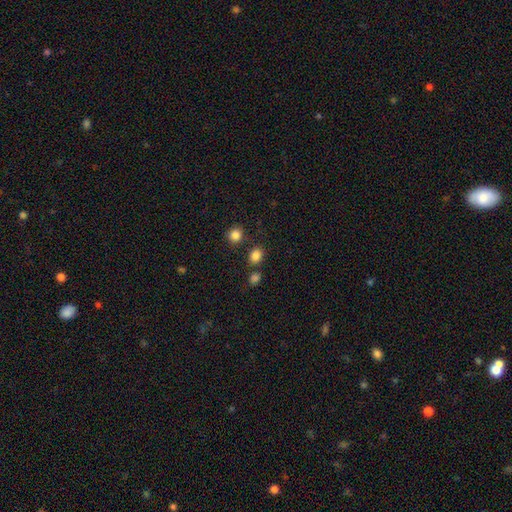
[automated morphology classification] The model was most divided on "how rounded": round: 55%, in between: 44%, cigar-shaped: 1%. More confident: smooth or featured — smooth (83%); merging — none (76%).